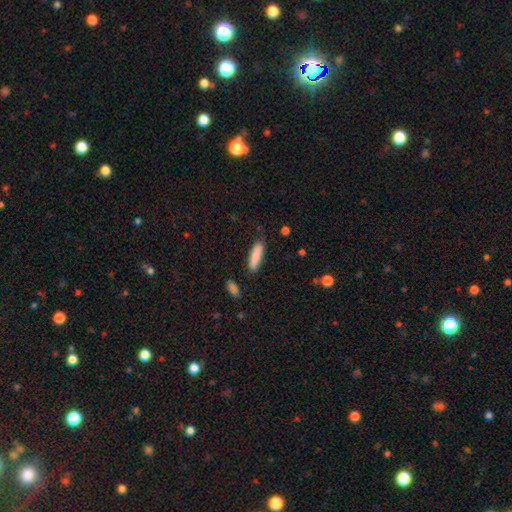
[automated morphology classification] Overall: smooth (86%). How rounded: cigar-shaped (68%; in between 30%). Merging: none (84%).